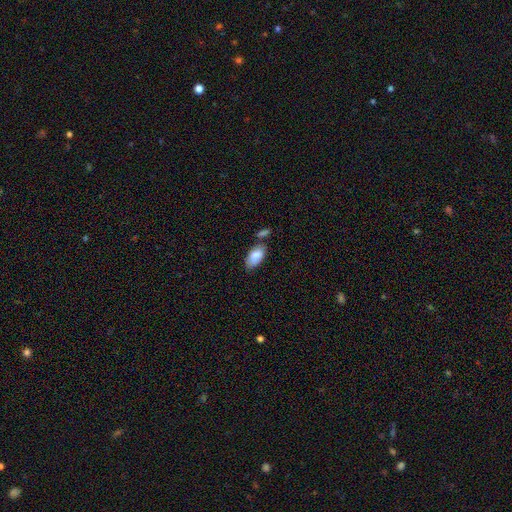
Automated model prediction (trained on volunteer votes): Smooth or featured? smooth (85%)
How rounded? in between (94%)
Merging? none (54%)